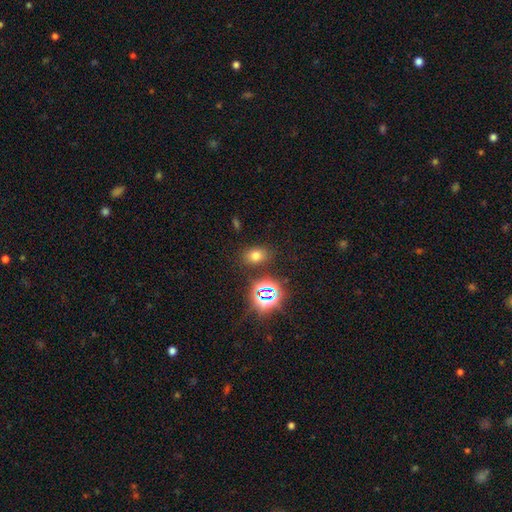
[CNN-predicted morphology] smooth-or-featured: smooth: 67% | star or artifact: 25% | featured or disk: 9%
  how-rounded: in between: 69% | round: 30% | cigar-shaped: 1%
  merging: none: 83% | minor disturbance: 10% | major disturbance: 4% | merger: 3%